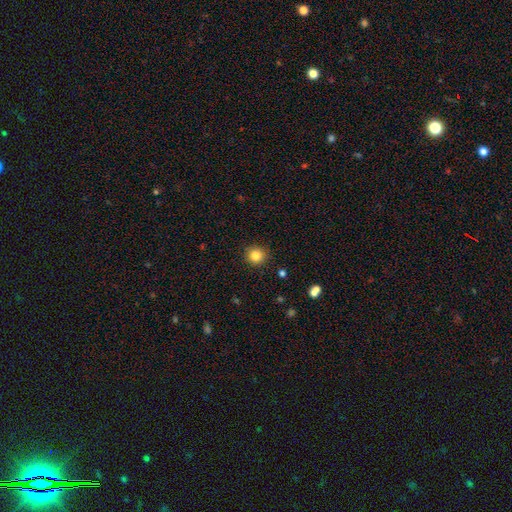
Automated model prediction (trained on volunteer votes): Overall: smooth (84%). How rounded: round (93%). Merging: none (91%).